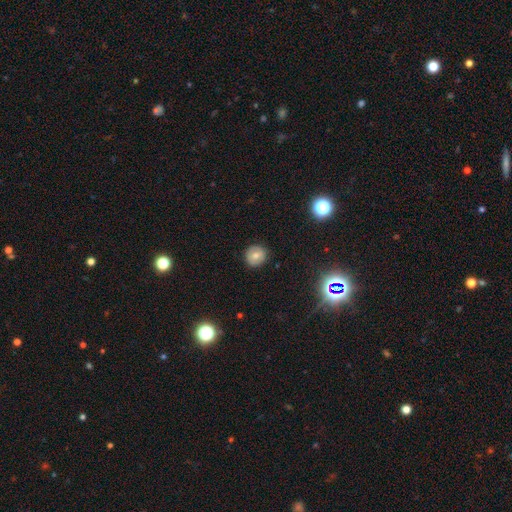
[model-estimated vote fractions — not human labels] This appears to be a smooth galaxy with no disk features (65%) that is round (92%). Merging: none (88%).